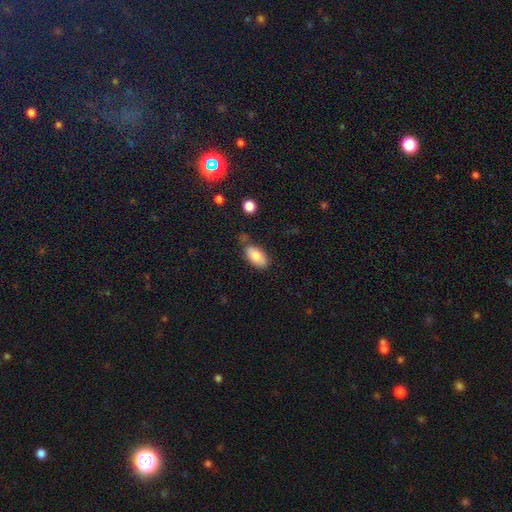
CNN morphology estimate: smooth-or-featured: smooth: 82% | featured or disk: 11% | star or artifact: 7%
  how-rounded: in between: 93% | cigar-shaped: 4% | round: 3%
  merging: none: 68% | minor disturbance: 20% | merger: 8% | major disturbance: 4%